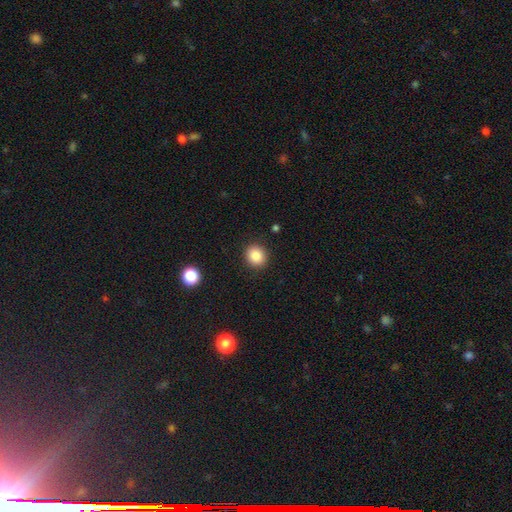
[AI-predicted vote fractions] Smooth or featured?
  - smooth: 86% *
  - star or artifact: 9%
  - featured or disk: 4%
How rounded?
  - round: 80% *
  - in between: 19%
  - cigar-shaped: 1%
Merging?
  - none: 90% *
  - minor disturbance: 6%
  - major disturbance: 2%
  - merger: 1%